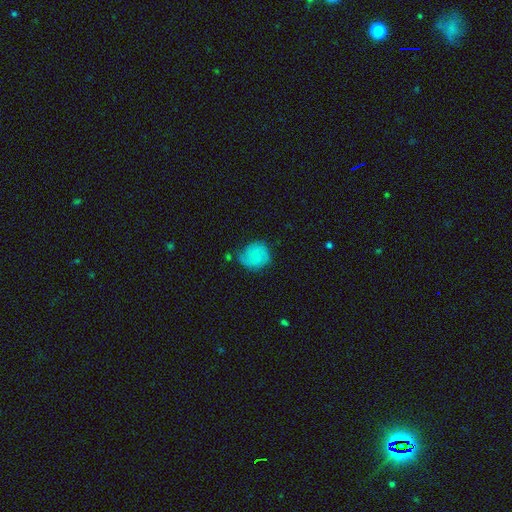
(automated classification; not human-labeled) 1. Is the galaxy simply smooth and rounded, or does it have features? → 51% smooth, 41% featured or disk, 7% star or artifact.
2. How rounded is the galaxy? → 80% round, 19% in between, 1% cigar-shaped.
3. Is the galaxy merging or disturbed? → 62% none, 26% minor disturbance, 7% major disturbance, 4% merger.